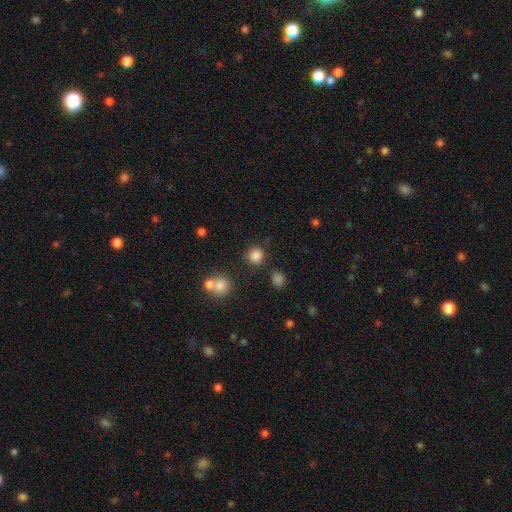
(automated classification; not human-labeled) smooth 83%, star or artifact 13%, featured or disk 4%. Down the decision tree: how rounded — round (92%); merging — none (82%).